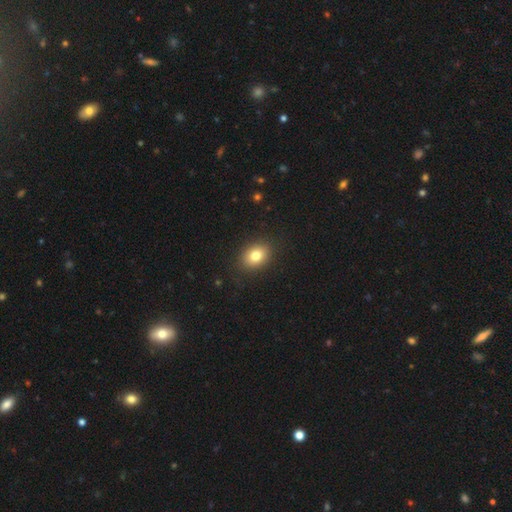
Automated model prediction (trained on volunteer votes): This is clearly a smooth galaxy (81%). How rounded: likely in between (65%). Merging: clearly none (87%).